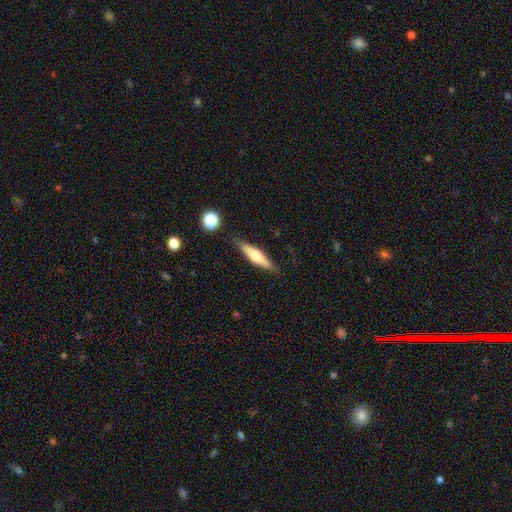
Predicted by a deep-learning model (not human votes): Smooth or featured: smooth — 50% (featured or disk — 43%)
Merging: none — 85% (minor disturbance — 10%)